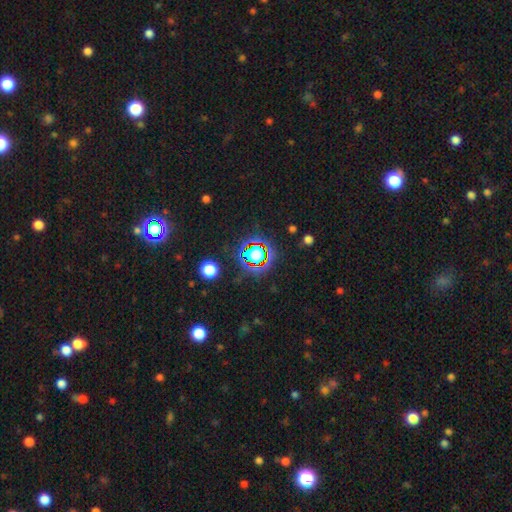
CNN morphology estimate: A star or artifact, not a galaxy (67%).